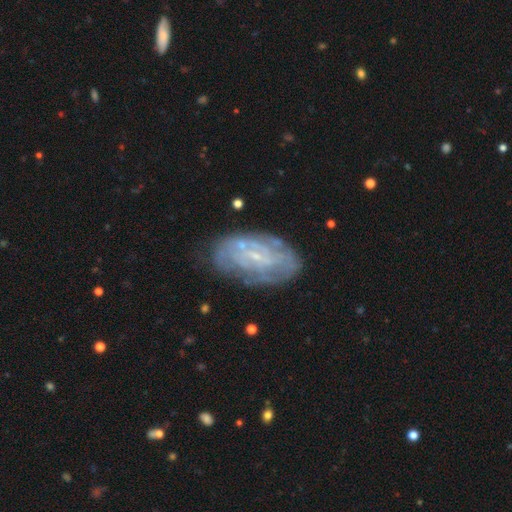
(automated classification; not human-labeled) A featured or disk galaxy (73%) with no bar (55%), tight (60%) spiral arms (74%) and a small central bulge (76%).

Vote fractions:
- Smooth or featured? featured or disk: 73% / smooth: 19% / star or artifact: 8%
- Edge-on disk? no: 95% / yes: 5%
- Bar? no: 55% / weak: 35% / strong: 10%
- Spiral arms? yes: 74% / no: 26%
- Spiral winding? tight: 60% / medium: 28% / loose: 11%
- Spiral arm count? can't tell: 57% / 2: 16% / 3: 10% / 4: 8% / more than 4: 5% / 1: 4%
- Bulge size? small: 76% / none: 12% / moderate: 10% / large: 1% / dominant: 1%
- Merging? none: 67% / minor disturbance: 21% / major disturbance: 9% / merger: 3%